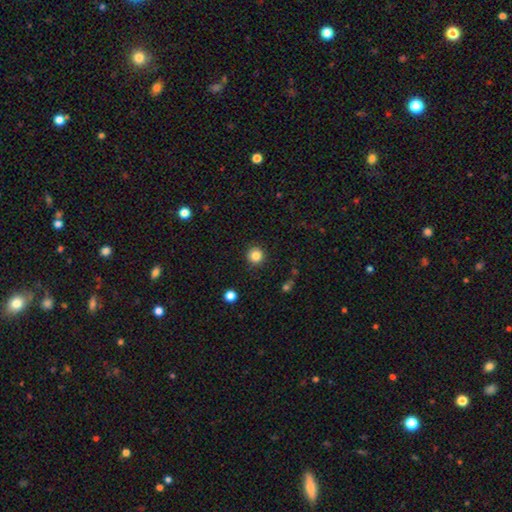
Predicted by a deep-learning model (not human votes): Overall: smooth (84%). How rounded: round (95%). Merging: none (91%).